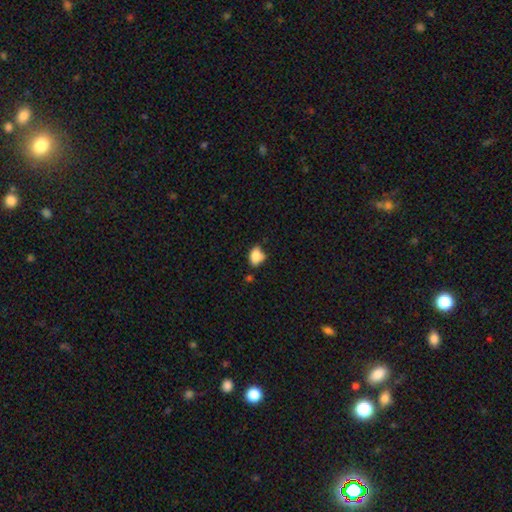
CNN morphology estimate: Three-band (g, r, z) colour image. It shows a smooth galaxy with no disk features (81%) that is in between round and cigar-shaped (70%). Merging: none (50%).